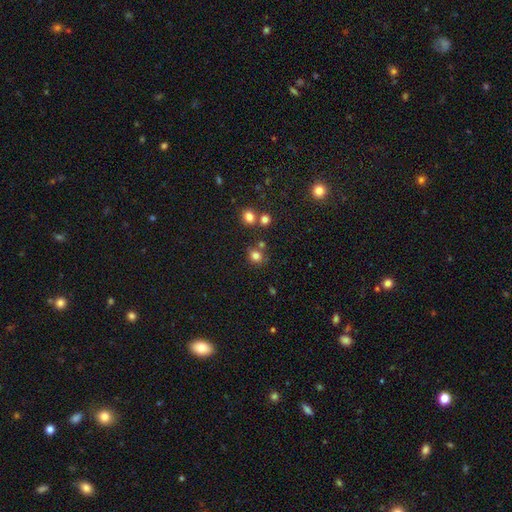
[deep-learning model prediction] Smooth or featured: smooth — 78% (star or artifact — 15%)
How rounded: round — 77% (in between — 22%)
Merging: none — 70% (merger — 14%)